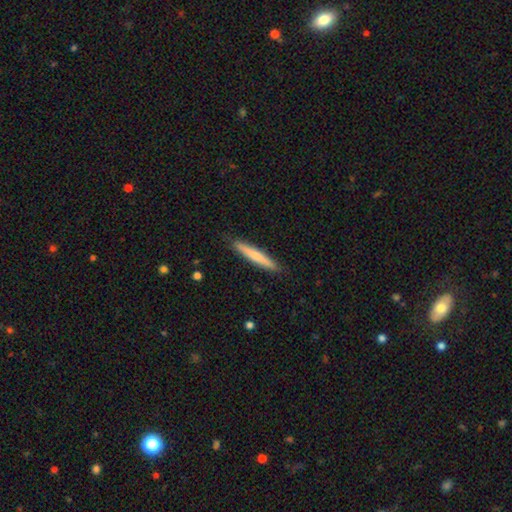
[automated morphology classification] The model was most divided on "smooth or featured": smooth: 62%, featured or disk: 33%, star or artifact: 5%. More confident: how rounded — cigar-shaped (95%); merging — none (90%).